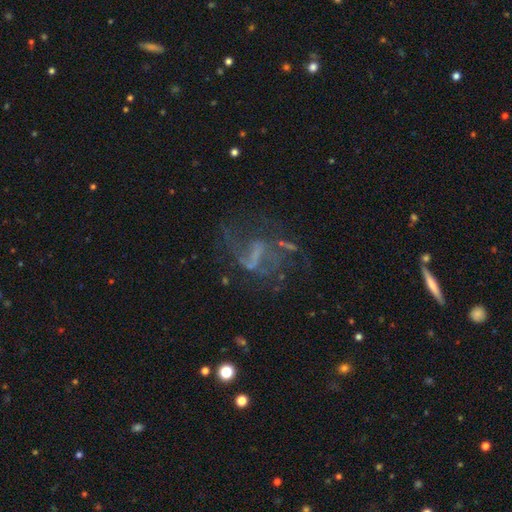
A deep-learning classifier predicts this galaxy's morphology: The model was most divided on "bar": weak: 37%, no: 33%, strong: 30%. Remaining: edge-on disk — no (96%); smooth or featured — featured or disk (68%); spiral arms — yes (66%); bulge size — none (60%); merging — none (42%).